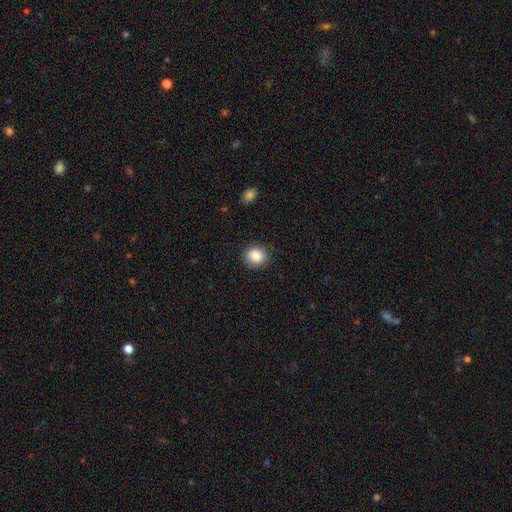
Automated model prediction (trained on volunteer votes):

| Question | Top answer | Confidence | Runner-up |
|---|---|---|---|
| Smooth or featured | smooth | 87% | star or artifact (9%) |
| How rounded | round | 81% | in between (18%) |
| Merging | none | 88% | minor disturbance (8%) |